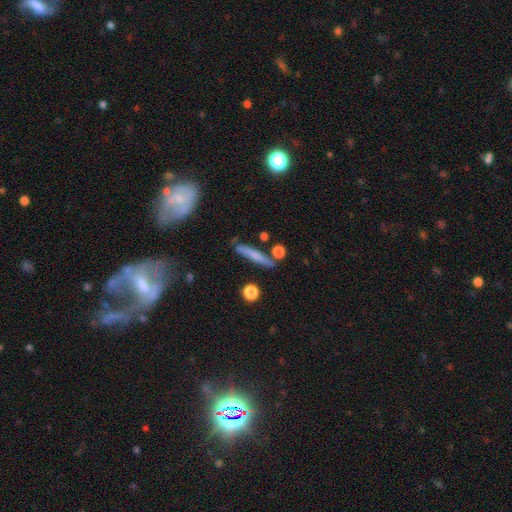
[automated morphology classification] smooth 65%, featured or disk 28%, star or artifact 7%. Down the decision tree: how rounded — cigar-shaped (91%); merging — none (78%).